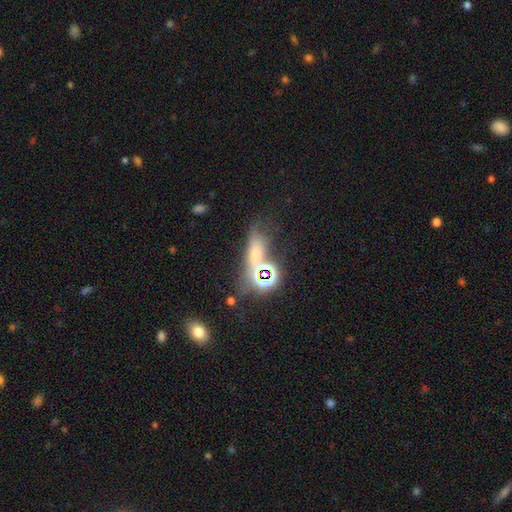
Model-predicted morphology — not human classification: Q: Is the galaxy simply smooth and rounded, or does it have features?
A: star or artifact — 40%, tied with smooth.